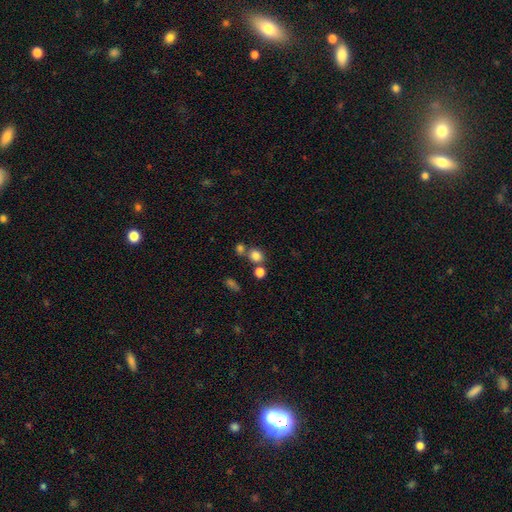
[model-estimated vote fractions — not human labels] Overall: smooth (79%). How rounded: round (70%). Merging: none (59%; merger 26%).